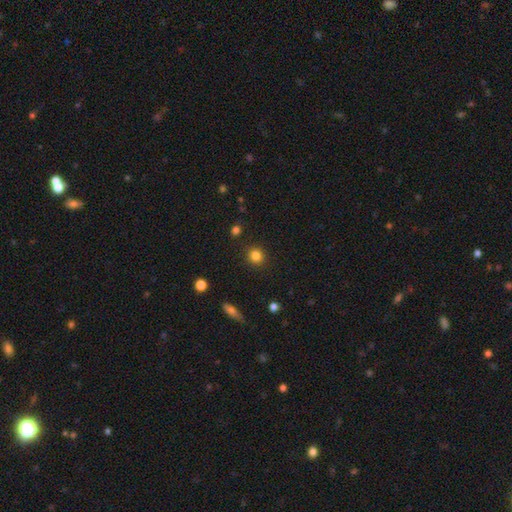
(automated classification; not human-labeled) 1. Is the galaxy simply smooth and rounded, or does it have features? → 83% smooth, 12% star or artifact, 5% featured or disk.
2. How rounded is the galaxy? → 90% round, 9% in between, 1% cigar-shaped.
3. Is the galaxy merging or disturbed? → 91% none, 6% minor disturbance, 2% major disturbance, 1% merger.